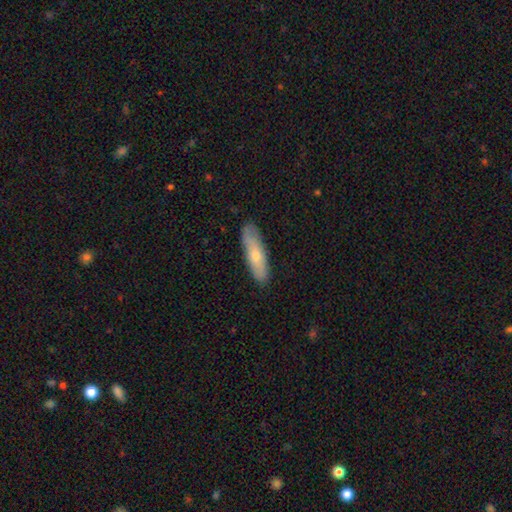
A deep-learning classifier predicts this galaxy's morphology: A smooth galaxy with no disk features (62%) that is cigar-shaped (63%). Merging: none (82%).